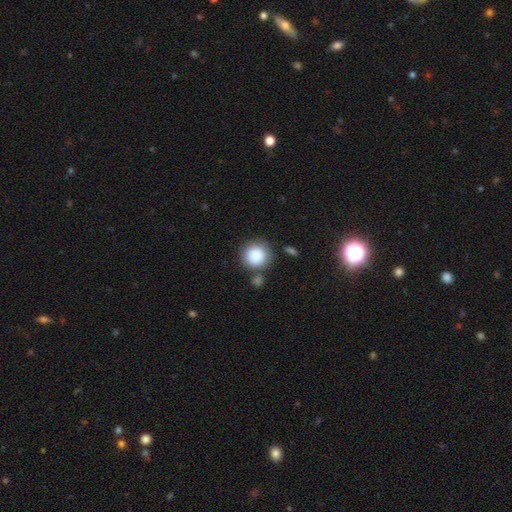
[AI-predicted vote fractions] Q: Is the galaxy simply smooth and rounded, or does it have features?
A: smooth — 87%.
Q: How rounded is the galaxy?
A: round — 91%.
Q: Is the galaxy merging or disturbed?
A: none — 70%.